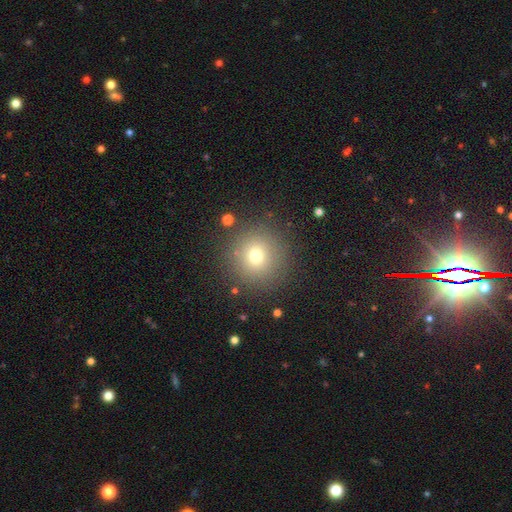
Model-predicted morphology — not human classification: A smooth galaxy with no disk features (71%) that is round (95%).

Vote fractions:
- Smooth or featured? smooth: 71% / star or artifact: 18% / featured or disk: 11%
- How rounded? round: 95% / in between: 4% / cigar-shaped: 1%
- Merging? none: 87% / minor disturbance: 7% / major disturbance: 4% / merger: 2%